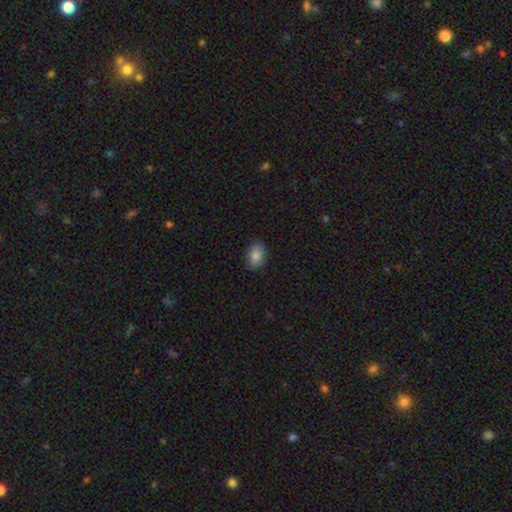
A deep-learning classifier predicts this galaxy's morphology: Smooth or featured?
  - smooth: 85% *
  - star or artifact: 8%
  - featured or disk: 7%
How rounded?
  - in between: 79% *
  - round: 20%
  - cigar-shaped: 1%
Merging?
  - none: 87% *
  - minor disturbance: 10%
  - major disturbance: 2%
  - merger: 1%